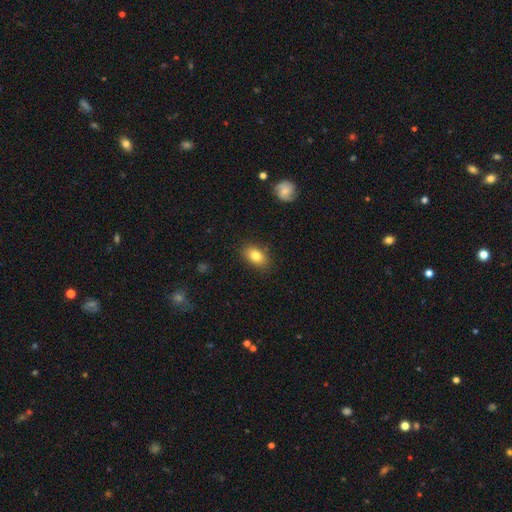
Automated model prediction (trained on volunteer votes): Smooth or featured: smooth — 81% (featured or disk — 10%)
How rounded: in between — 86% (round — 12%)
Merging: none — 85% (minor disturbance — 11%)